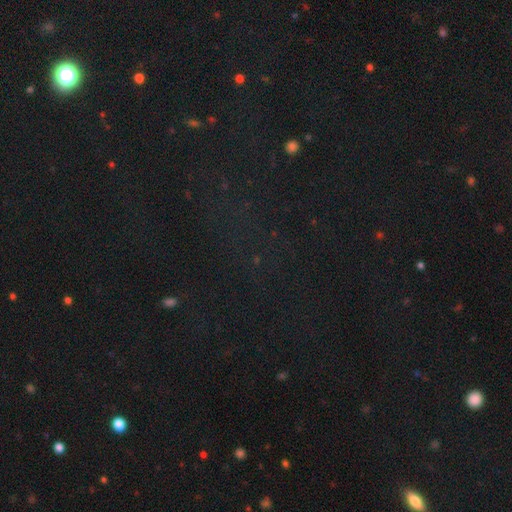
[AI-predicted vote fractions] Smooth or featured: star or artifact — 74% (smooth — 18%)